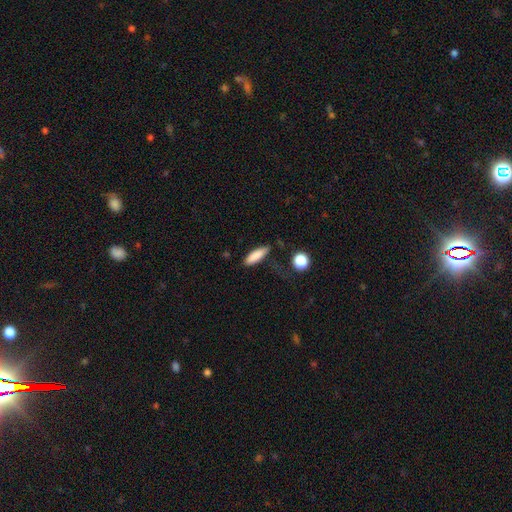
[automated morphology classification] type=smooth (85%); roundness=cigar-shaped (50%); merging=none (67%).